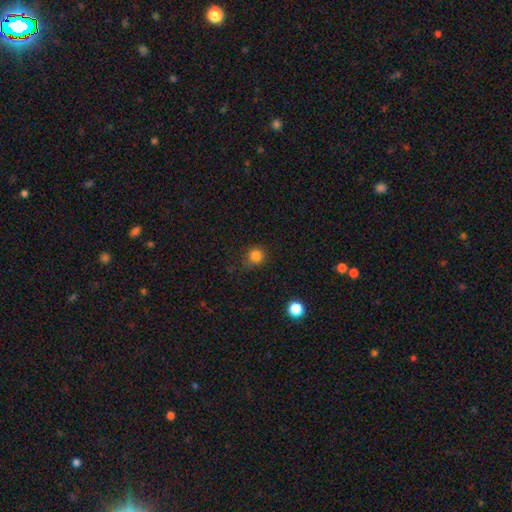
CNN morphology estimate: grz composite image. It shows a smooth galaxy with no disk features (82%) that is round (89%). Merging: none (76%).